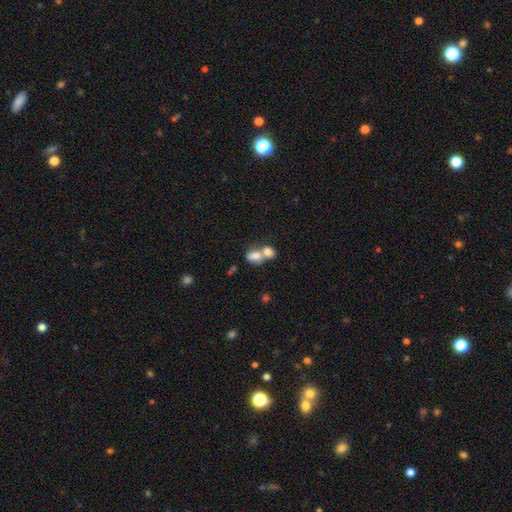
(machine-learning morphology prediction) Overall: smooth (76%). How rounded: in between (76%). Merging: merger (69%).